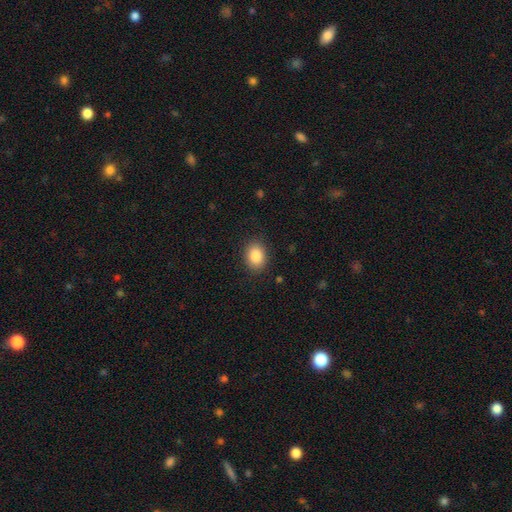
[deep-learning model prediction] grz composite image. It shows a smooth galaxy with no disk features (88%) that is in between round and cigar-shaped (69%). Merging: none (87%).